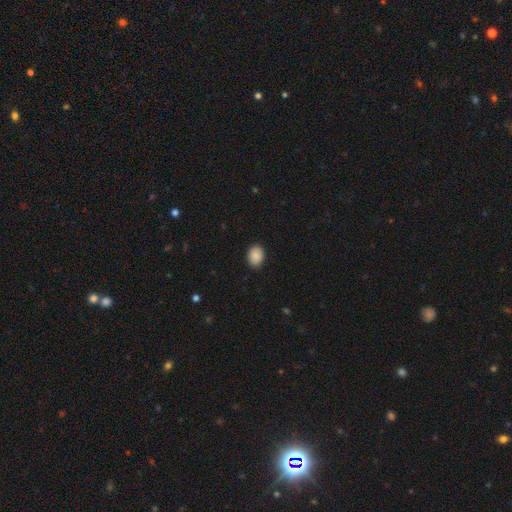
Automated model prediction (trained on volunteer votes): Smooth or featured? Predicted: smooth (p=0.89). How rounded? Predicted: in between (p=0.70). Merging? Predicted: none (p=0.89).